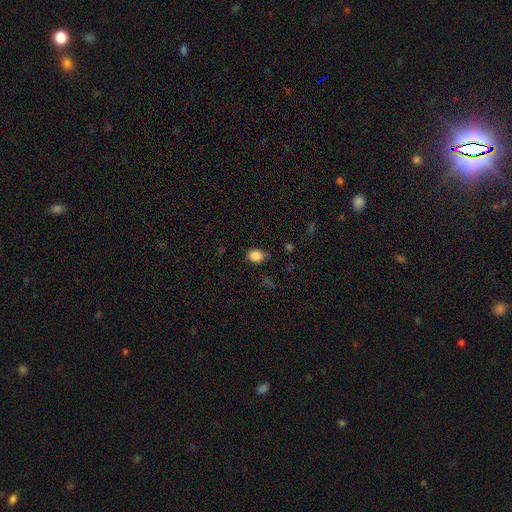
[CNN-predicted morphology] Smooth or featured?
  - smooth: 85% *
  - star or artifact: 10%
  - featured or disk: 5%
How rounded?
  - in between: 54% *
  - round: 45%
  - cigar-shaped: 1%
Merging?
  - none: 68% *
  - minor disturbance: 25%
  - major disturbance: 5%
  - merger: 2%